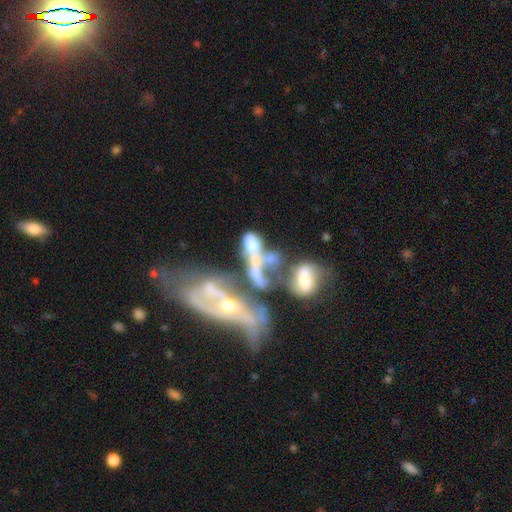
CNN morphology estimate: The model was most divided on "bulge size": moderate: 37%, small: 26%, none: 25%, large: 9%, dominant: 3%. More confident: edge-on disk — no (86%); bar — no (75%); spiral arms — no (69%); merging — merger (63%); smooth or featured — featured or disk (59%).